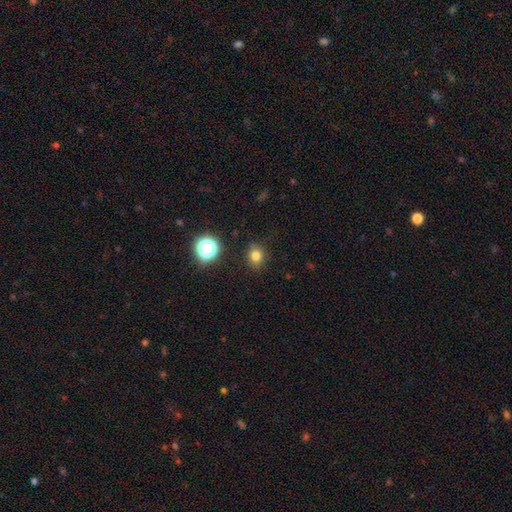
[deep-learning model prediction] Smooth or featured?
  - smooth: 77% *
  - star or artifact: 16%
  - featured or disk: 7%
How rounded?
  - round: 69% *
  - in between: 30%
  - cigar-shaped: 1%
Merging?
  - none: 85% *
  - minor disturbance: 11%
  - major disturbance: 3%
  - merger: 2%